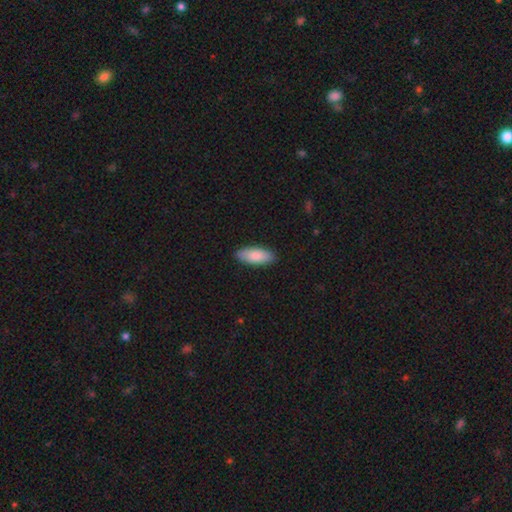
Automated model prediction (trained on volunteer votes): A smooth galaxy with no disk features (87%) that is in between round and cigar-shaped (81%). Merging: none (89%).